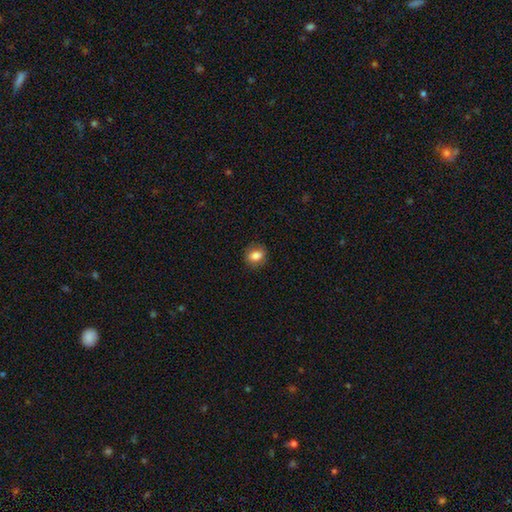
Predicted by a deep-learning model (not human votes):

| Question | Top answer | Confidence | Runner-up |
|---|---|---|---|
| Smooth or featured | smooth | 82% | star or artifact (9%) |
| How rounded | round | 50% | in between (48%) |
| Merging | none | 85% | minor disturbance (11%) |